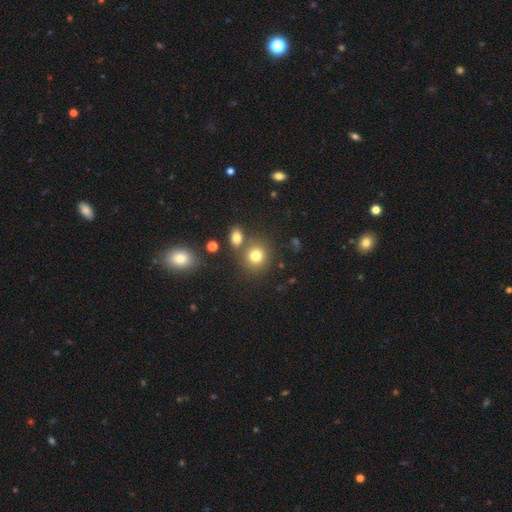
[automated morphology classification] Overall: smooth (78%). How rounded: round (82%). Merging: none (69%).